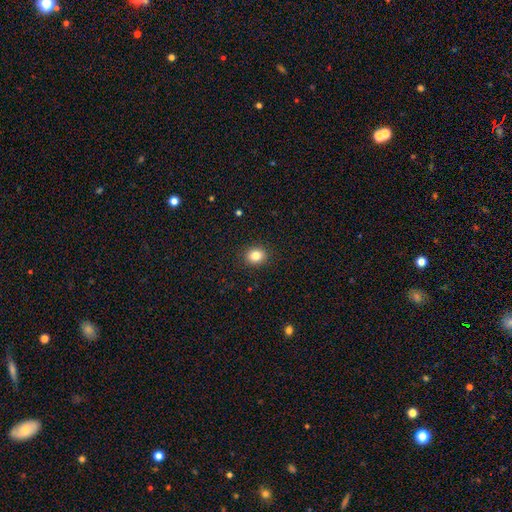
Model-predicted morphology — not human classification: smooth_or_featured: smooth (p=0.83) [alt: star or artifact p=0.11]
how_rounded: round (p=0.63) [alt: in between p=0.36]
merging: none (p=0.91) [alt: minor disturbance p=0.06]